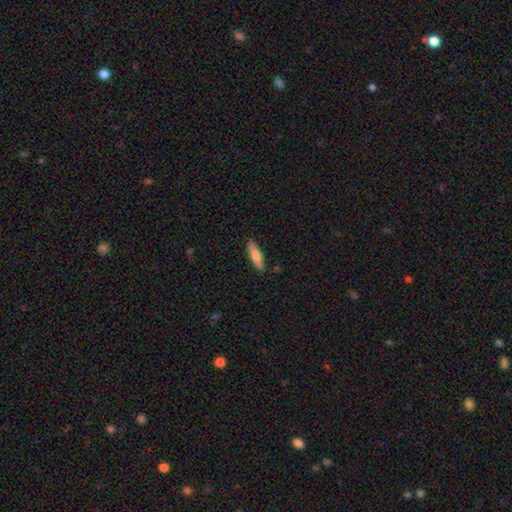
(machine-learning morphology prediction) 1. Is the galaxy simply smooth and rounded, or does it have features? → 71% smooth, 23% featured or disk, 6% star or artifact.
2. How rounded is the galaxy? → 64% cigar-shaped, 34% in between, 2% round.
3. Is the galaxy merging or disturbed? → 88% none, 9% minor disturbance, 2% major disturbance, 1% merger.